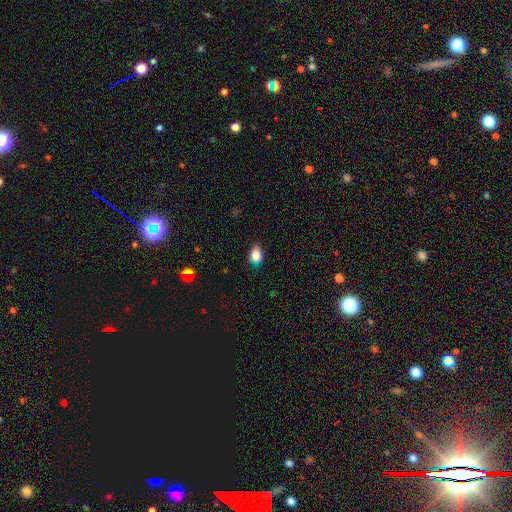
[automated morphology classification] This is clearly a smooth galaxy (84%). How rounded: likely in between (68%). Merging: likely none (74%).